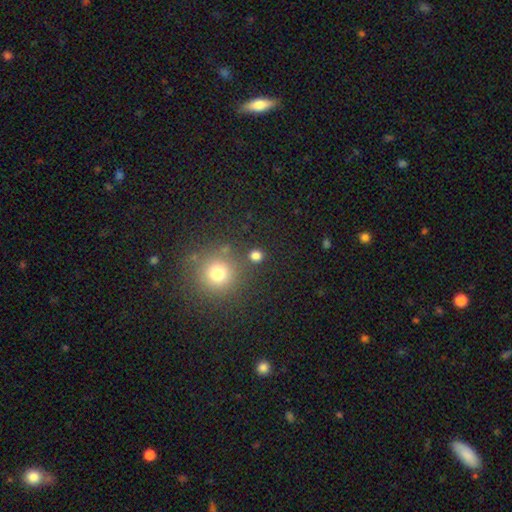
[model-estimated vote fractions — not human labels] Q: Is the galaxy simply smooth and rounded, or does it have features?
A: smooth — 78%.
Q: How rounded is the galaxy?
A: round — 89%.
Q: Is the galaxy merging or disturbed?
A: none — 84%.